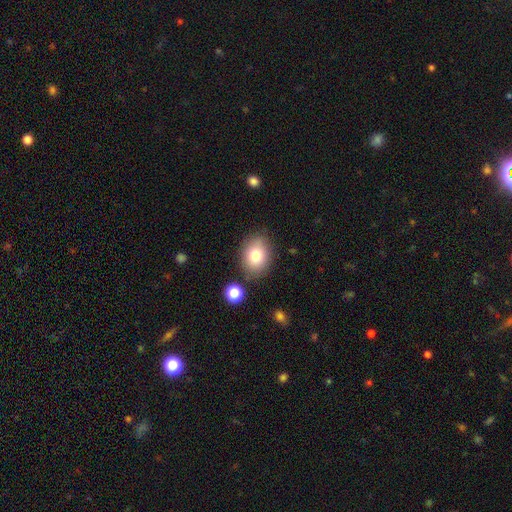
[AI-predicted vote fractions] Morphology: type=smooth (79%); roundness=in between (59%); merging=none (79%).